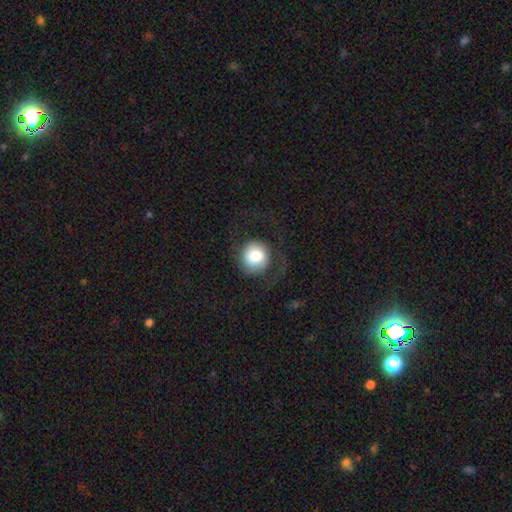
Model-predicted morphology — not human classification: A smooth galaxy with no disk features (73%) that is round (91%). Merging: none (64%).